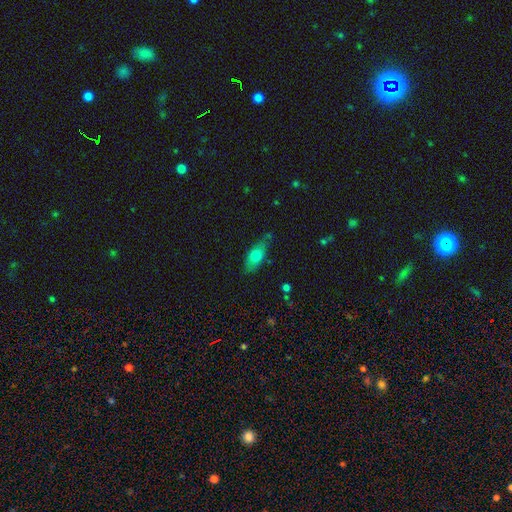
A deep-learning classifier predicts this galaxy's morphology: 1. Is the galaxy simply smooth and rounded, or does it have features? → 69% smooth, 23% featured or disk, 8% star or artifact.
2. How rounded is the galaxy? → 77% in between, 18% cigar-shaped, 6% round.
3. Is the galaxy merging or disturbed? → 63% none, 27% minor disturbance, 6% major disturbance, 4% merger.